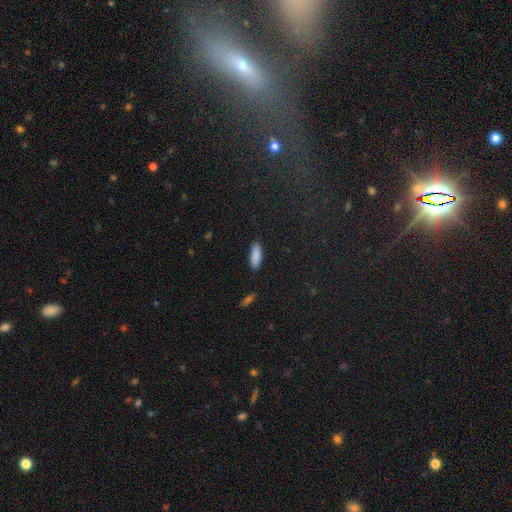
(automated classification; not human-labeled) Smooth or featured?
  - smooth: 88% *
  - star or artifact: 7%
  - featured or disk: 5%
How rounded?
  - in between: 62% *
  - cigar-shaped: 36%
  - round: 2%
Merging?
  - none: 87% *
  - minor disturbance: 9%
  - major disturbance: 2%
  - merger: 1%